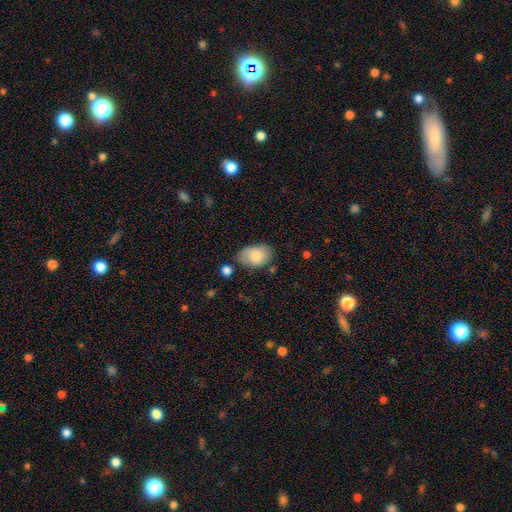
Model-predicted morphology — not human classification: Overall: smooth (81%). How rounded: in between (88%). Merging: none (68%).